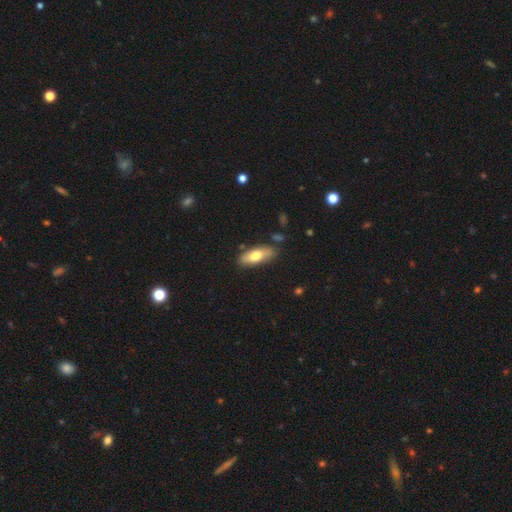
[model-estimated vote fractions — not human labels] Overall: smooth (71%). How rounded: in between (76%). Merging: none (78%).